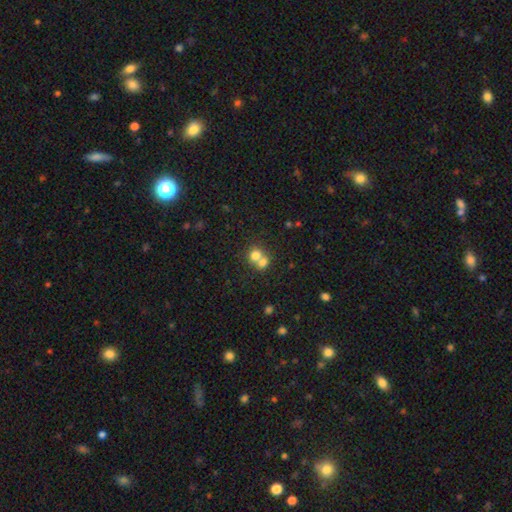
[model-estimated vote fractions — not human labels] Smooth or featured: smooth — 73% (featured or disk — 15%)
How rounded: round — 72% (in between — 27%)
Merging: merger — 63% (none — 29%)